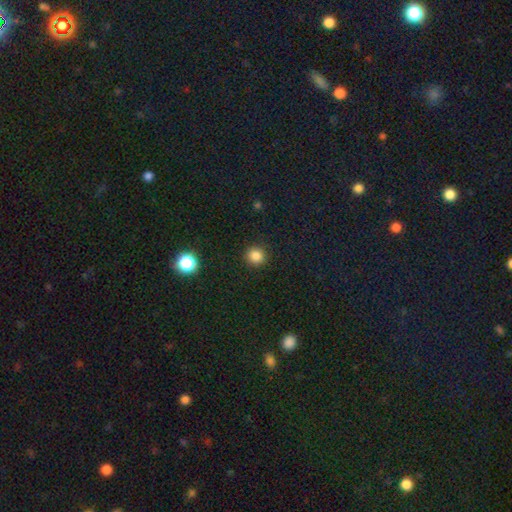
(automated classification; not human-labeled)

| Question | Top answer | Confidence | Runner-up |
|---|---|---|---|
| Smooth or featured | smooth | 83% | star or artifact (13%) |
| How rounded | round | 91% | in between (8%) |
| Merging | none | 91% | minor disturbance (6%) |